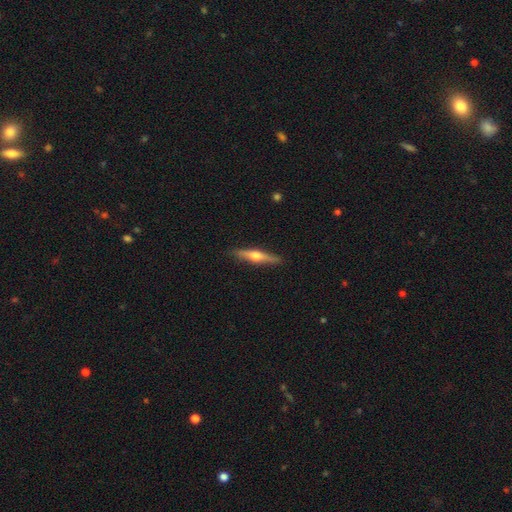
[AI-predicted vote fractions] This is likely a featured or disk galaxy (63%). It is clearly viewed edge-on (97%). Edge-on bulge: clearly rounded (94%). Merging: clearly none (90%).